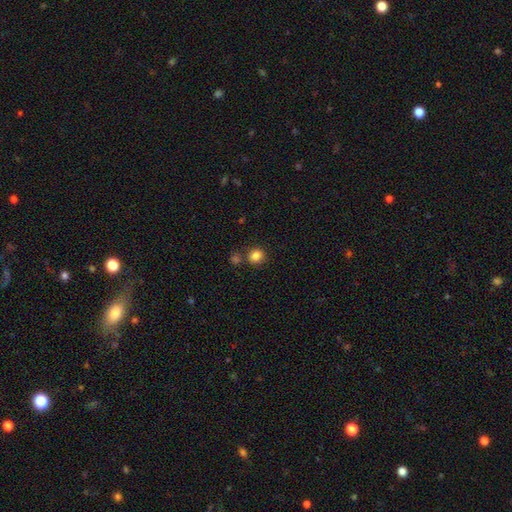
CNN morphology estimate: A smooth galaxy with no disk features (84%) that is round (82%). Merging: none (73%).